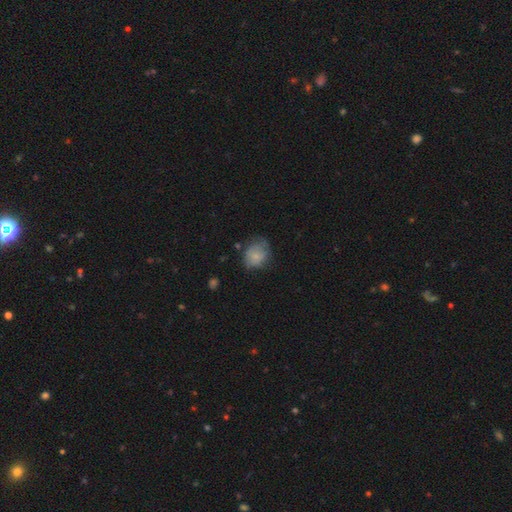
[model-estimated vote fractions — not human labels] Q: Smooth or featured?
A: smooth (69%); runner-up: featured or disk (22%)
Q: How rounded?
A: round (58%); runner-up: in between (41%)
Q: Merging?
A: none (51%); runner-up: minor disturbance (32%)